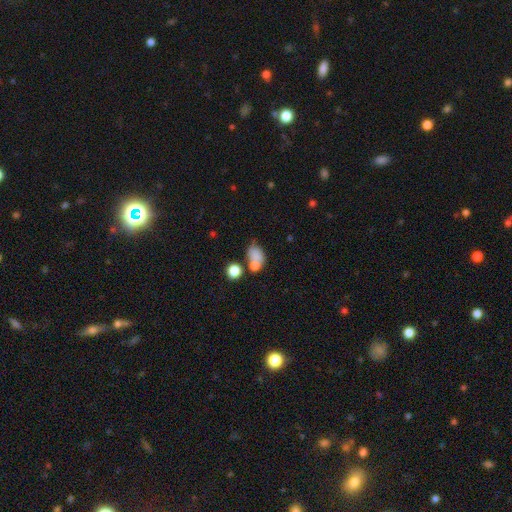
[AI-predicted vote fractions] smooth-or-featured: smooth: 74% | featured or disk: 14% | star or artifact: 12%
  how-rounded: in between: 70% | round: 28% | cigar-shaped: 2%
  merging: none: 35% (tied) | merger: 35% (tied) | minor disturbance: 18% | major disturbance: 11%